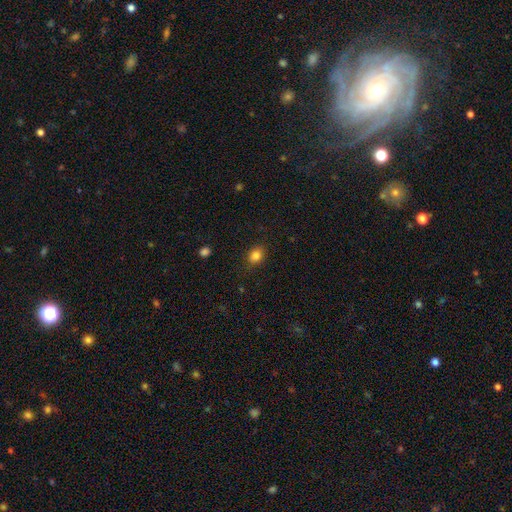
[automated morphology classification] A smooth galaxy with no disk features (84%) that is in between round and cigar-shaped (53%).

Vote fractions:
- Smooth or featured? smooth: 84% / star or artifact: 11% / featured or disk: 6%
- How rounded? in between: 53% / round: 46% / cigar-shaped: 1%
- Merging? none: 85% / minor disturbance: 11% / major disturbance: 3% / merger: 1%